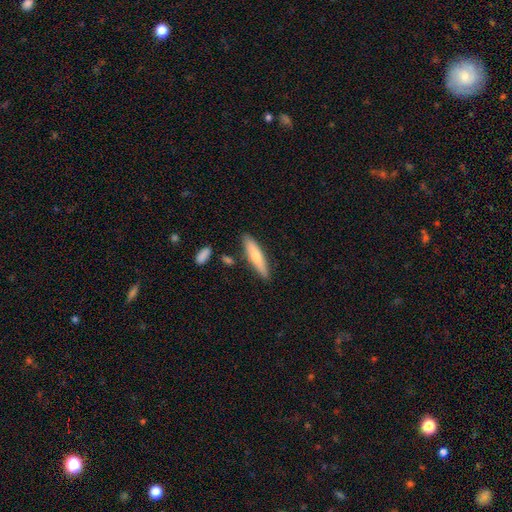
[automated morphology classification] Smooth or featured?
  - smooth: 66% *
  - featured or disk: 28%
  - star or artifact: 6%
How rounded?
  - cigar-shaped: 79% *
  - in between: 19%
  - round: 1%
Merging?
  - none: 83% *
  - minor disturbance: 11%
  - merger: 4%
  - major disturbance: 2%